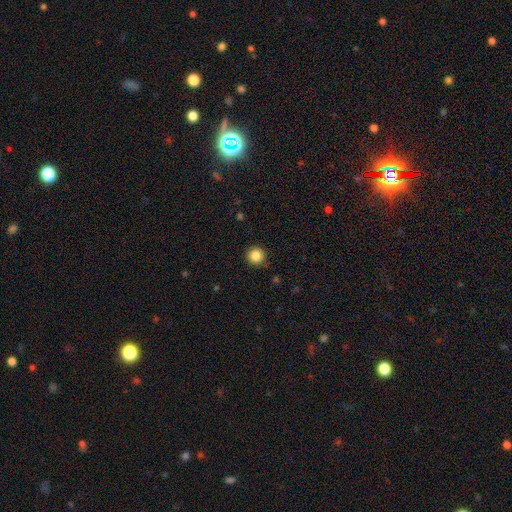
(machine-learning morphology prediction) Smooth or featured?
  - smooth: 86% *
  - star or artifact: 10%
  - featured or disk: 4%
How rounded?
  - round: 94% *
  - in between: 5%
  - cigar-shaped: 1%
Merging?
  - none: 90% *
  - minor disturbance: 7%
  - major disturbance: 2%
  - merger: 1%